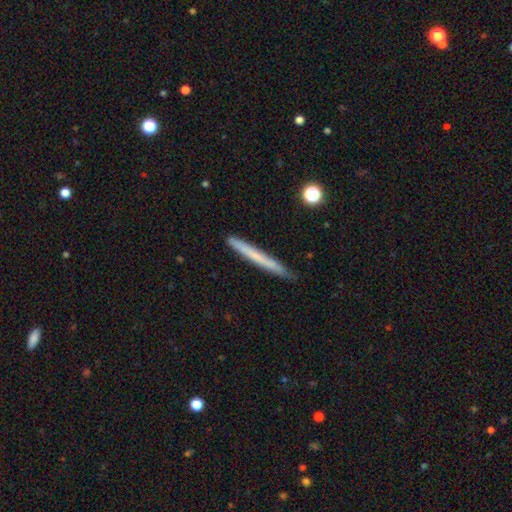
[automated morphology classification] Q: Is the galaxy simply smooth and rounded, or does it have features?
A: smooth — 60%.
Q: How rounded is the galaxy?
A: cigar-shaped — 97%.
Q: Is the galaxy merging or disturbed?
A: none — 87%.